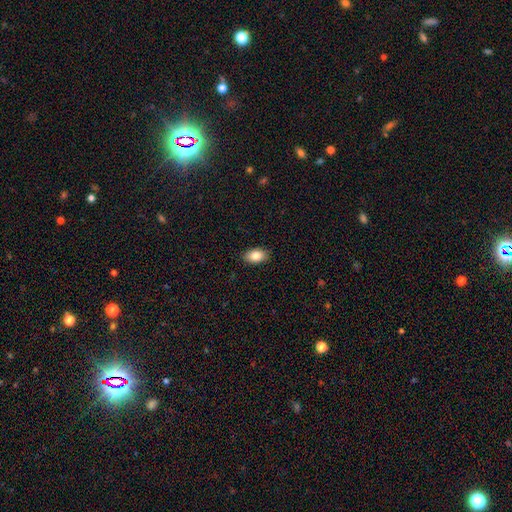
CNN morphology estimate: Smooth or featured?
  - smooth: 85% *
  - featured or disk: 8%
  - star or artifact: 7%
How rounded?
  - in between: 90% *
  - round: 8%
  - cigar-shaped: 2%
Merging?
  - none: 89% *
  - minor disturbance: 8%
  - major disturbance: 2%
  - merger: 1%